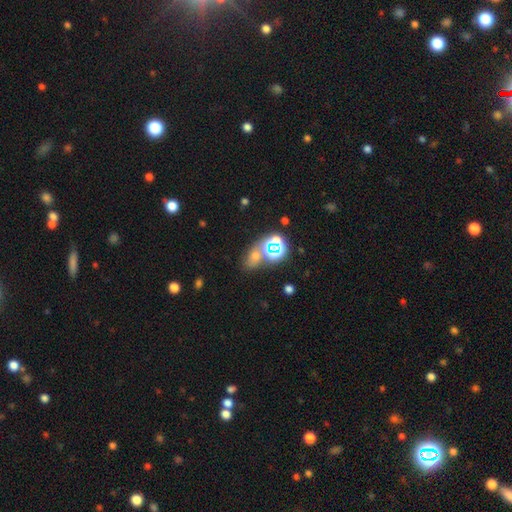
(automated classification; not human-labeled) A star or artifact, not a galaxy (52%).